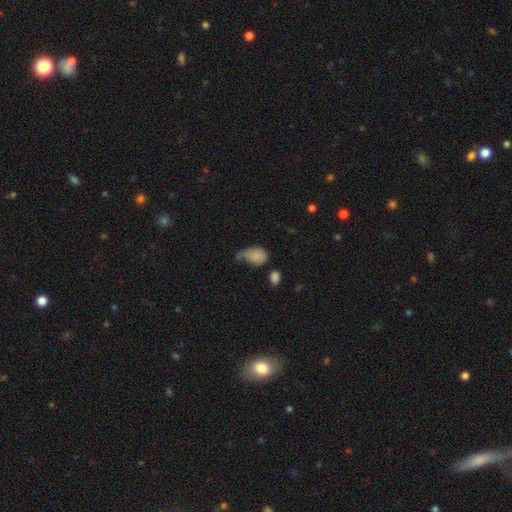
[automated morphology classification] A smooth galaxy with no disk features (81%) that is in between round and cigar-shaped (80%). Merging: minor disturbance (35%).